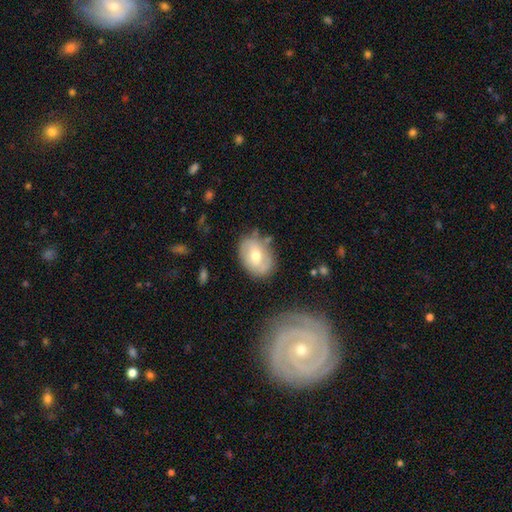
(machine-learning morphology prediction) smooth-or-featured: smooth: 55% | featured or disk: 37% | star or artifact: 7%
  how-rounded: in between: 72% | round: 27% | cigar-shaped: 1%
  merging: none: 71% | minor disturbance: 19% | major disturbance: 5% | merger: 5%